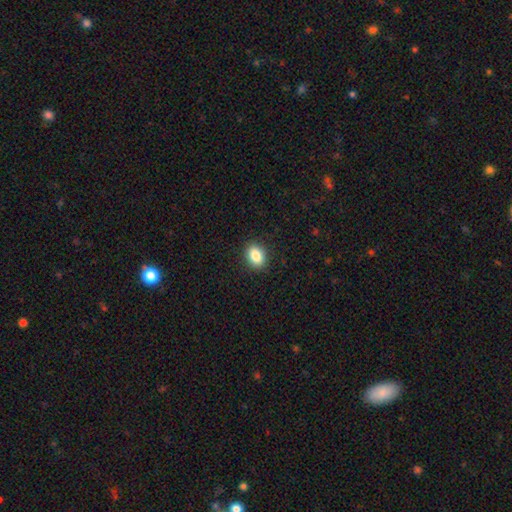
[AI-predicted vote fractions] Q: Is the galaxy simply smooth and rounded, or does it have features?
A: smooth — 86%.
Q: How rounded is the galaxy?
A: in between — 68%.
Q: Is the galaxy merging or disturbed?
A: none — 90%.